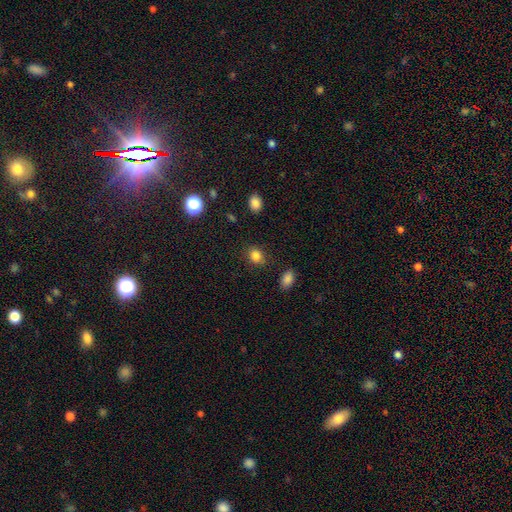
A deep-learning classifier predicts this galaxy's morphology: Q: Smooth or featured?
A: smooth (84%); runner-up: star or artifact (11%)
Q: How rounded?
A: round (53%); runner-up: in between (46%)
Q: Merging?
A: none (84%); runner-up: minor disturbance (10%)